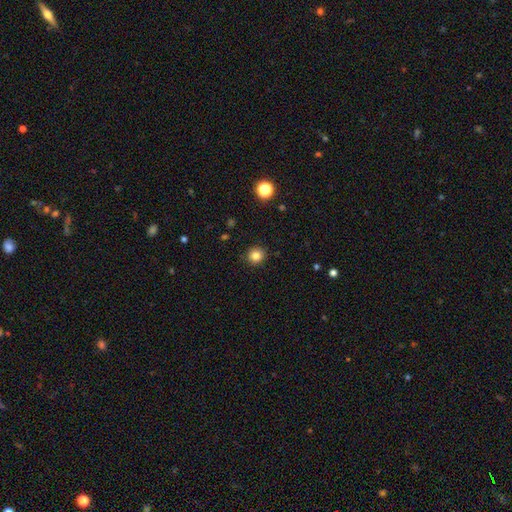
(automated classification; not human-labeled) smooth 83%, star or artifact 12%, featured or disk 5%. Down the decision tree: how rounded — round (91%); merging — none (91%).